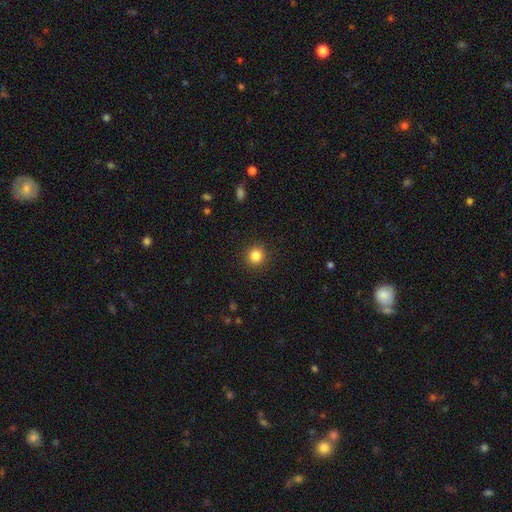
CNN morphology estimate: A smooth galaxy with no disk features (84%) that is round (93%).

Vote fractions:
- Smooth or featured? smooth: 84% / star or artifact: 11% / featured or disk: 5%
- How rounded? round: 93% / in between: 6% / cigar-shaped: 1%
- Merging? none: 92% / minor disturbance: 5% / major disturbance: 2% / merger: 1%